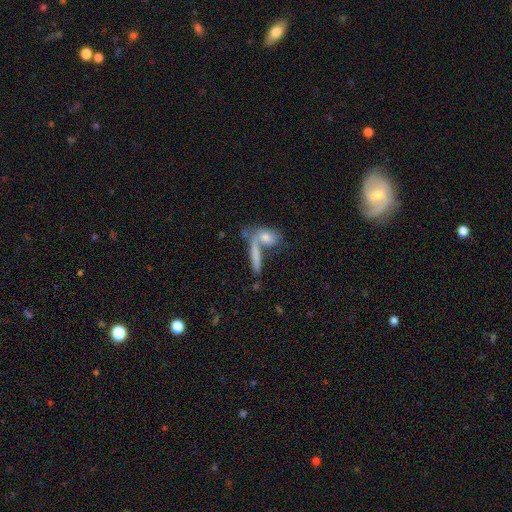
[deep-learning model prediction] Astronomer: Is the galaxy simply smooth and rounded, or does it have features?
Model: smooth — 67%.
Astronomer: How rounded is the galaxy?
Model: cigar-shaped — 69%.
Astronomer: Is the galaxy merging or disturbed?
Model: none — 46% (runner-up: merger, 38%).